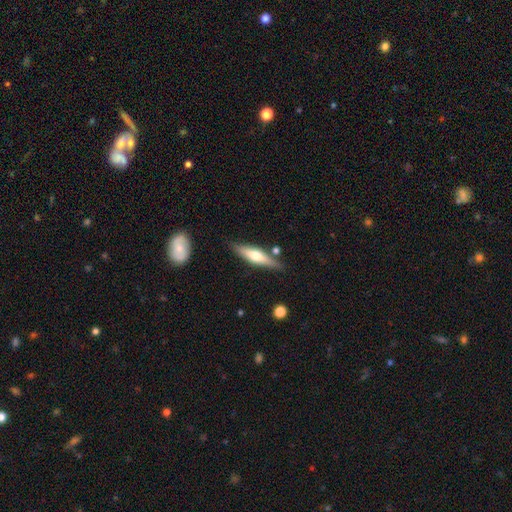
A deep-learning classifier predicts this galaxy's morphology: Smooth or featured? featured or disk (52%)
Edge-on disk? yes (93%)
Merging? none (79%)